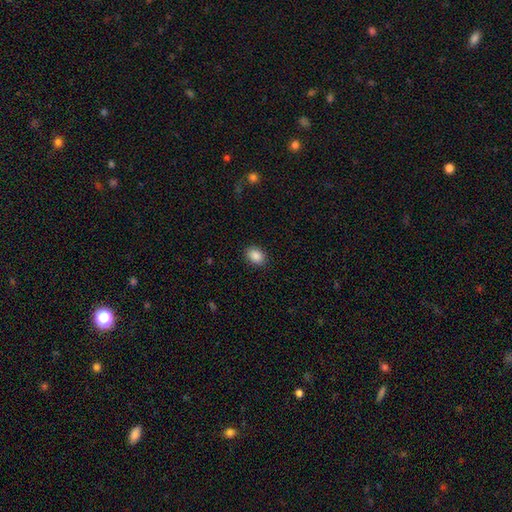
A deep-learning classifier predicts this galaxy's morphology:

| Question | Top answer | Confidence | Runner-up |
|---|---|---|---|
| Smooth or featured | smooth | 89% | star or artifact (8%) |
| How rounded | in between | 71% | round (28%) |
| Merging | none | 89% | minor disturbance (7%) |